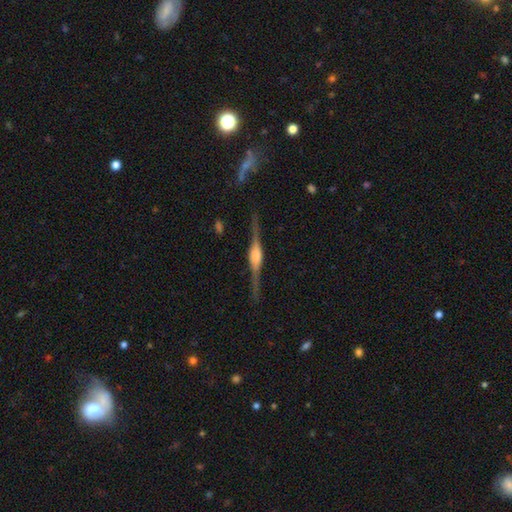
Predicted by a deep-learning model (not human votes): smooth-or-featured: featured or disk: 86% | smooth: 8% | star or artifact: 6%
  disk-edge-on: yes: 98% | no: 2%
    edge-on-bulge: rounded: 78% | boxy: 19% | none: 3%
  merging: none: 87% | minor disturbance: 9% | major disturbance: 2% | merger: 1%